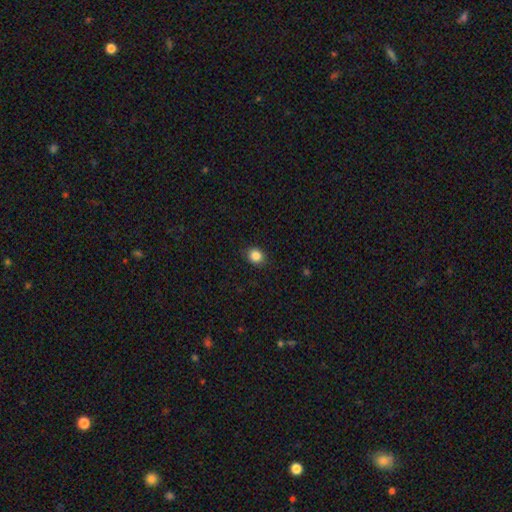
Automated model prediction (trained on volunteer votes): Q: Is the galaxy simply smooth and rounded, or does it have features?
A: smooth — 86%.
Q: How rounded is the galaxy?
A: round — 67%.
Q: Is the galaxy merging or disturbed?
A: none — 89%.